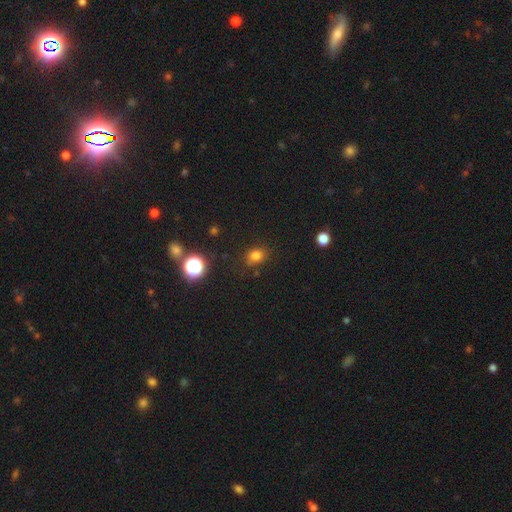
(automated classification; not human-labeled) Smooth or featured: smooth — 77% (star or artifact — 17%)
How rounded: round — 59% (in between — 40%)
Merging: none — 81% (minor disturbance — 13%)